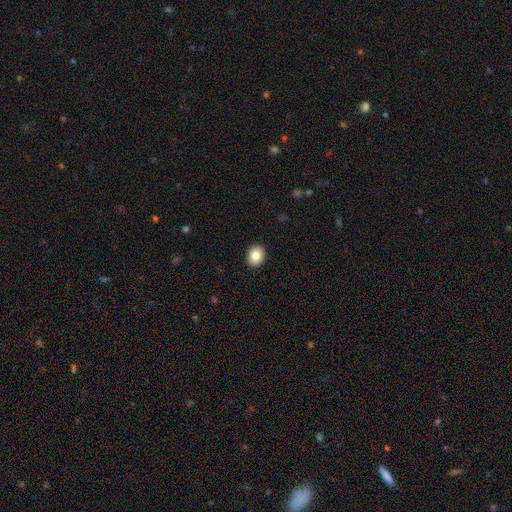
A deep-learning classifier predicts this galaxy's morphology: The model was most divided on "how rounded": round: 60%, in between: 39%, cigar-shaped: 1%. More confident: merging — none (92%); smooth or featured — smooth (85%).